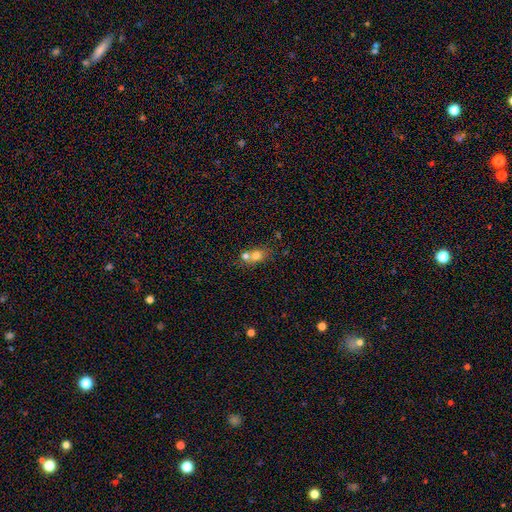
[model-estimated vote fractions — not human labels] Overall: smooth (72%). How rounded: round (56%; in between 42%). Merging: merger (52%; none 36%).